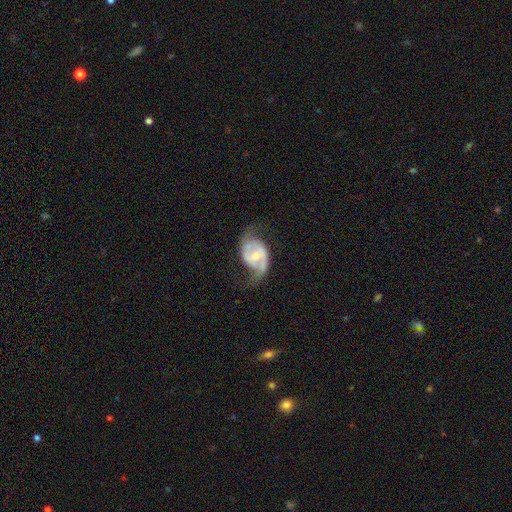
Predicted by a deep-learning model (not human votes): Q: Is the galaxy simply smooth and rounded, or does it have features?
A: featured or disk — 80%.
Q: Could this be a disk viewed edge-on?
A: no — 97%.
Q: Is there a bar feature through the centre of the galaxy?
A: weak — 44%.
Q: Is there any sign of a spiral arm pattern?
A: yes — 91%.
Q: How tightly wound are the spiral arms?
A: medium — 45%.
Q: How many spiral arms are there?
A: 2 — 87%.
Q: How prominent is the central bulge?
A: moderate — 53%.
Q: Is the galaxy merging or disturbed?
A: none — 58%.